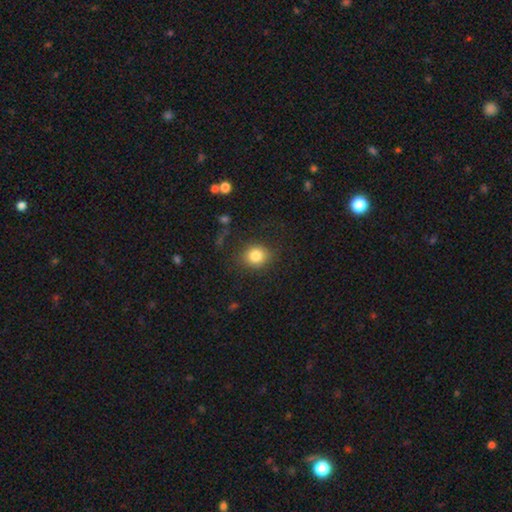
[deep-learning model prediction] This appears to be a smooth galaxy with no disk features (83%) that is round (74%). Merging: none (81%).